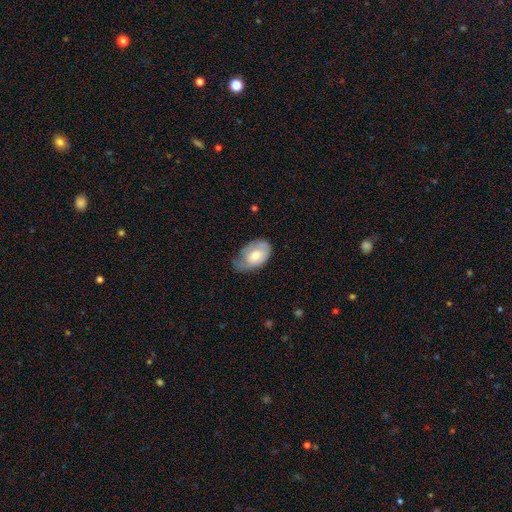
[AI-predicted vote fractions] Smooth or featured? smooth (61%)
How rounded? in between (90%)
Merging? none (42%)